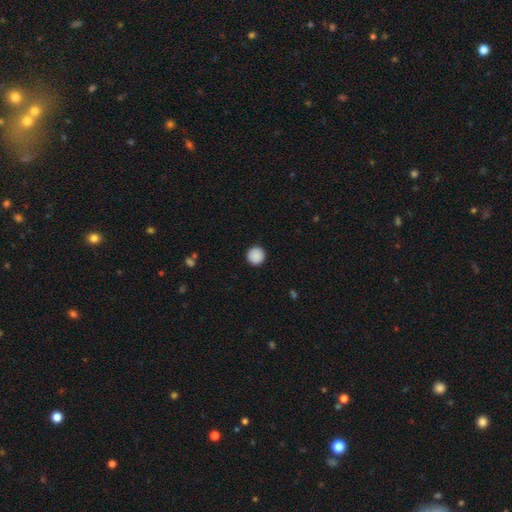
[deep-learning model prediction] Smooth or featured: smooth — 89% (star or artifact — 8%)
How rounded: round — 96% (in between — 3%)
Merging: none — 92% (minor disturbance — 5%)